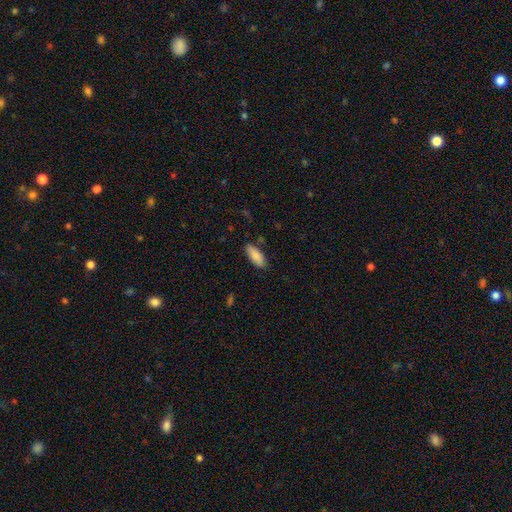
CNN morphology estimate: Smooth or featured? Predicted: smooth (p=0.88). How rounded? Predicted: in between (p=0.76). Merging? Predicted: none (p=0.84).